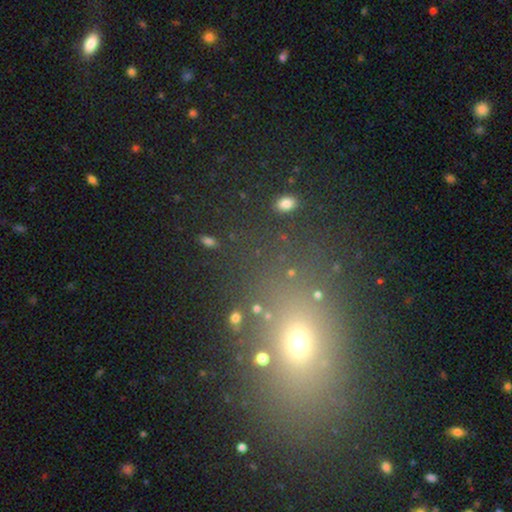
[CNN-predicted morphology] smooth_or_featured: smooth (p=0.52) [alt: star or artifact p=0.36]
how_rounded: in between (p=0.61) [alt: round p=0.35]
merging: none (p=0.80) [alt: minor disturbance p=0.10]